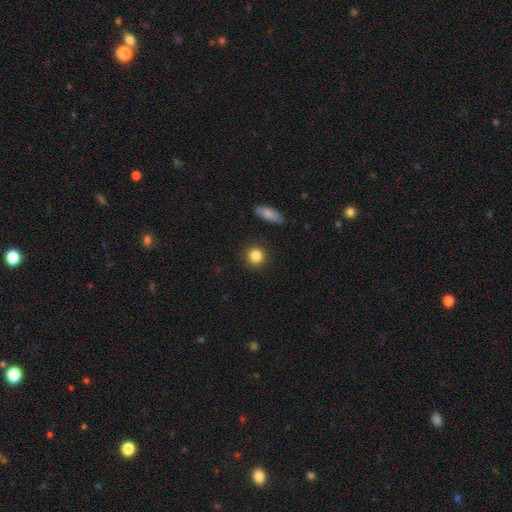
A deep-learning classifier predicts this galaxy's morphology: type=smooth (86%); roundness=round (90%); merging=none (90%).